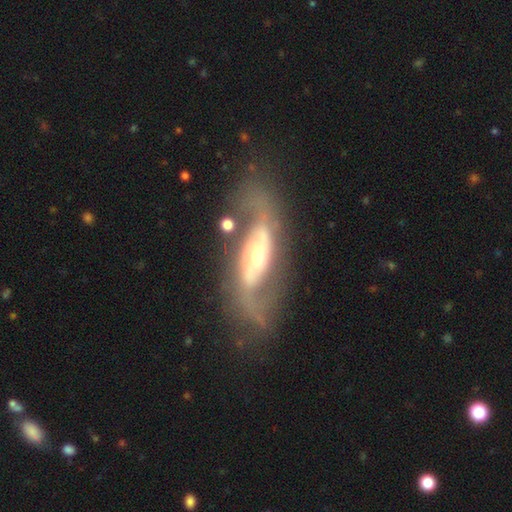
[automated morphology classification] Smooth or featured? Predicted: featured or disk (p=0.85). Edge-on disk? Predicted: no (p=0.91). Bar? Predicted: no (p=0.42). Spiral arms? Predicted: yes (p=0.88). Spiral winding? Predicted: loose (p=0.54). Spiral arm count? Predicted: 2 (p=0.89). Bulge size? Predicted: moderate (p=0.65). Merging? Predicted: none (p=0.61).